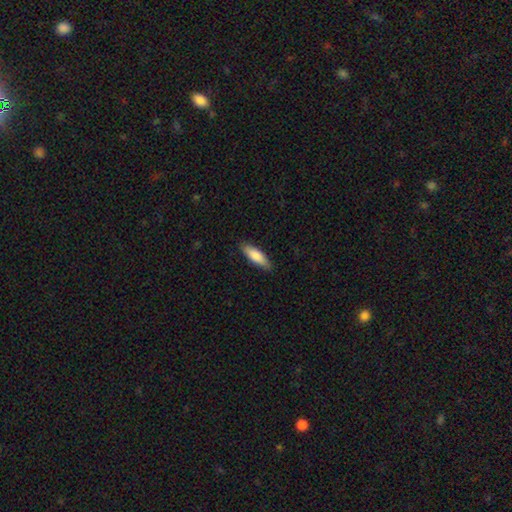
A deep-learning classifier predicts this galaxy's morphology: Smooth or featured? Predicted: smooth (p=0.82). How rounded? Predicted: in between (p=0.50). Merging? Predicted: none (p=0.86).